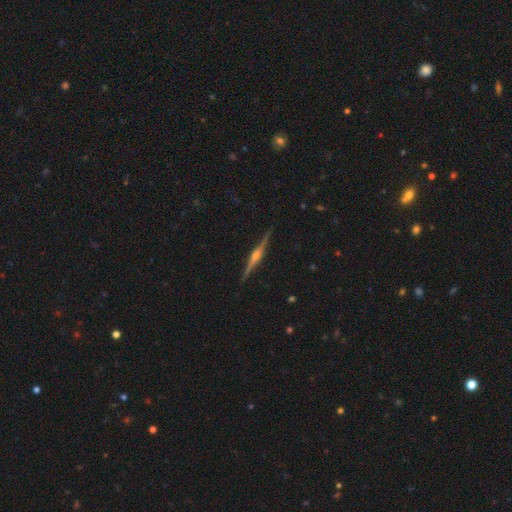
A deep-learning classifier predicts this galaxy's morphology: Smooth or featured?
  - featured or disk: 87% *
  - smooth: 8%
  - star or artifact: 5%
Edge-on disk?
  - yes: 99% *
  - no: 1%
Edge-on bulge?
  - rounded: 89% *
  - boxy: 7%
  - none: 4%
Merging?
  - none: 92% *
  - minor disturbance: 6%
  - major disturbance: 1%
  - merger: 1%